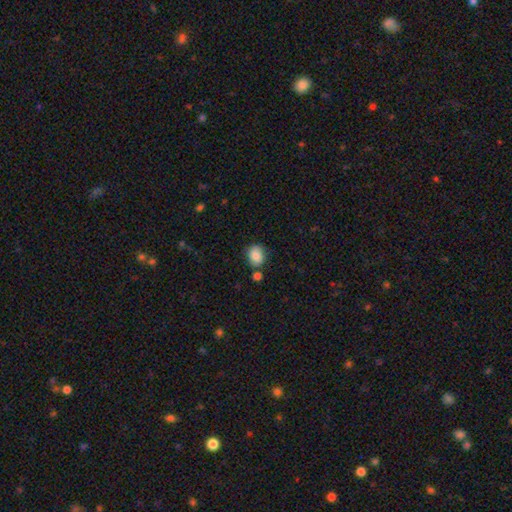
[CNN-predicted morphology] smooth_or_featured: smooth (p=0.85) [alt: star or artifact p=0.08]
how_rounded: round (p=0.60) [alt: in between p=0.39]
merging: none (p=0.73) [alt: minor disturbance p=0.14]